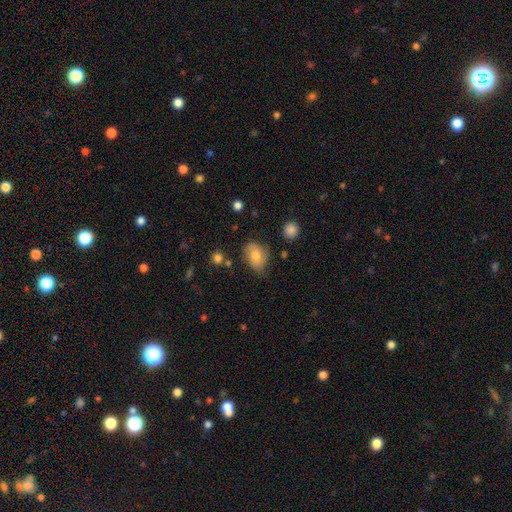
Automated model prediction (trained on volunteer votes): A smooth galaxy with no disk features (68%) that is in between round and cigar-shaped (76%).

Vote fractions:
- Smooth or featured? smooth: 68% / featured or disk: 22% / star or artifact: 10%
- How rounded? in between: 76% / round: 22% / cigar-shaped: 2%
- Merging? none: 66% / minor disturbance: 25% / major disturbance: 6% / merger: 3%